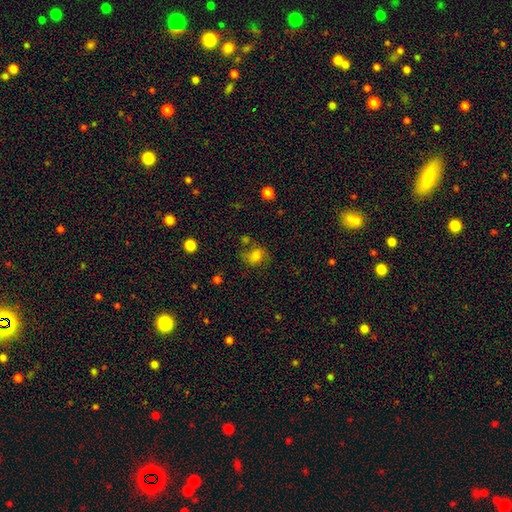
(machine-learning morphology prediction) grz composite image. It shows a smooth galaxy with no disk features (67%) that is round (61%). Merging: none (57%).